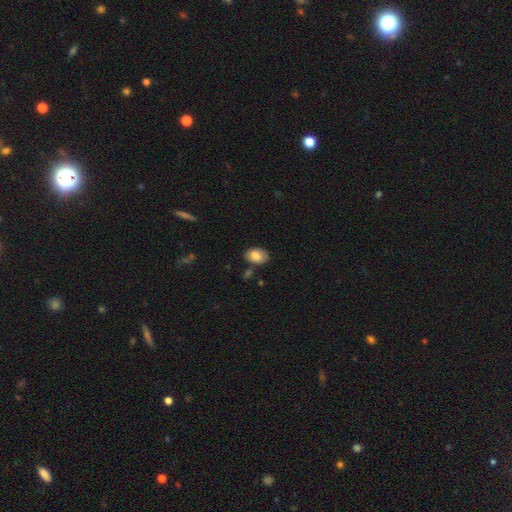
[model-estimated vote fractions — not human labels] This appears to be a smooth galaxy with no disk features (82%) that is in between round and cigar-shaped (87%). Merging: none (81%).